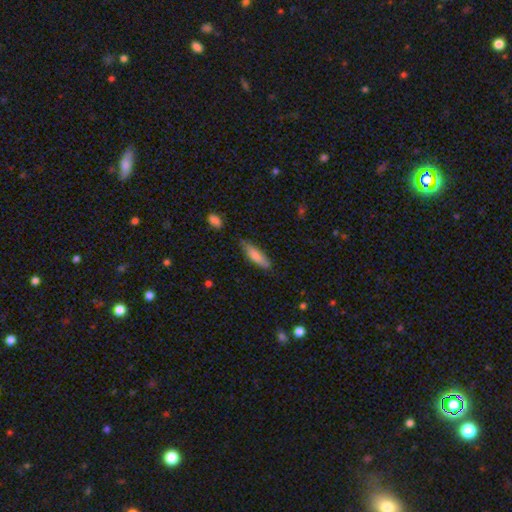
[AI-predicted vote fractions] Smooth or featured?
  - smooth: 79% *
  - featured or disk: 15%
  - star or artifact: 6%
How rounded?
  - cigar-shaped: 53% *
  - in between: 45%
  - round: 2%
Merging?
  - none: 74% *
  - minor disturbance: 20%
  - major disturbance: 4%
  - merger: 3%